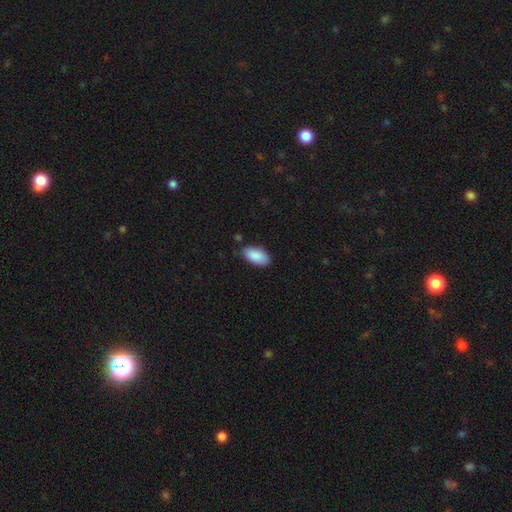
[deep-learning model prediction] The model was most divided on "merging": none: 80%, minor disturbance: 15%, major disturbance: 3%, merger: 2%. More confident: how rounded — in between (94%); smooth or featured — smooth (90%).